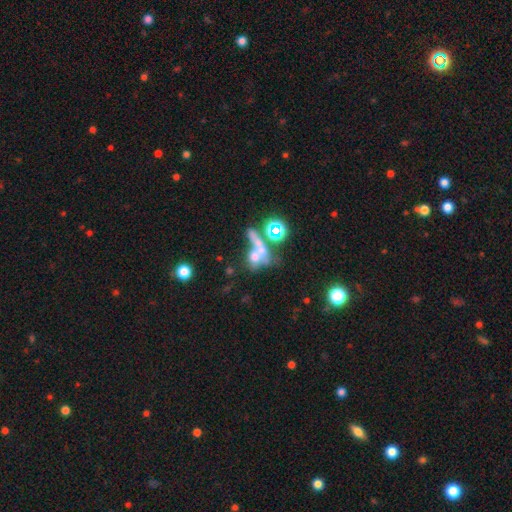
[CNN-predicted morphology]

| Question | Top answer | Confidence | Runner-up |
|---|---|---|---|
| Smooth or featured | smooth | 36% | featured or disk (33%) |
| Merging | merger | 44% | none (31%) |